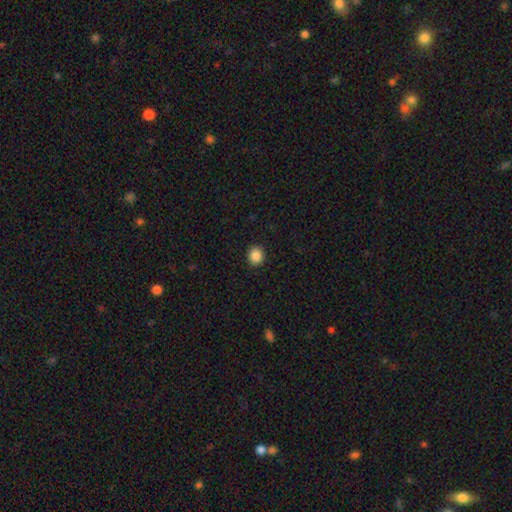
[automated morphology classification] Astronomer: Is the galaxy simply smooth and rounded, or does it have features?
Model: smooth — 88%.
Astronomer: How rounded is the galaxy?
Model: round — 81%.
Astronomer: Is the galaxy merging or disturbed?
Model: none — 92%.